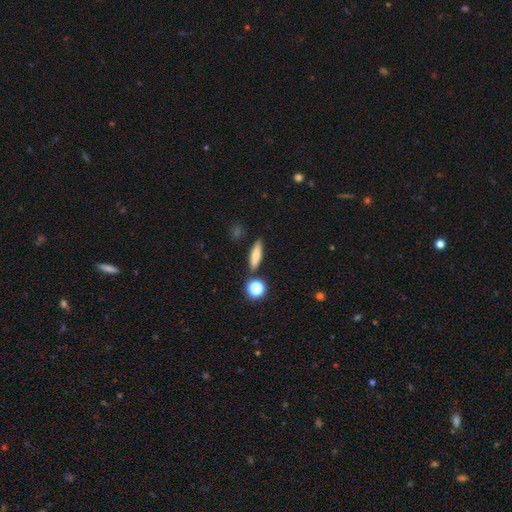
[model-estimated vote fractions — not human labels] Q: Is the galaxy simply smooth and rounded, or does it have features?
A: smooth — 71%.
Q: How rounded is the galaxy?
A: cigar-shaped — 58%.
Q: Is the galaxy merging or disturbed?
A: none — 84%.